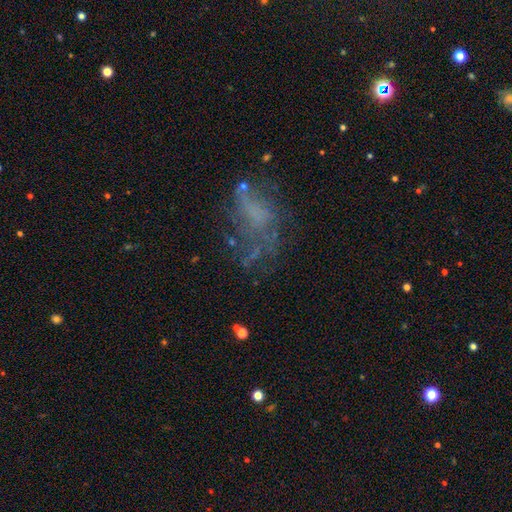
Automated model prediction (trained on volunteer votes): Smooth or featured? featured or disk (50%)
Merging? none (42%)